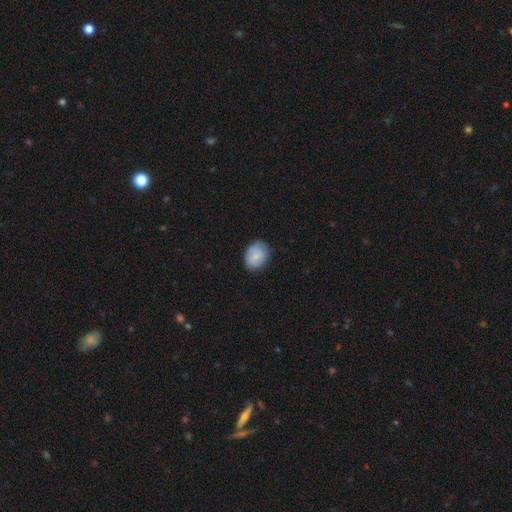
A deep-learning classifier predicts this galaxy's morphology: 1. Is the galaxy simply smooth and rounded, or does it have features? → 69% smooth, 24% featured or disk, 7% star or artifact.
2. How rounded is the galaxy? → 52% in between, 47% round, 1% cigar-shaped.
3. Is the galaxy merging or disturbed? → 77% none, 18% minor disturbance, 4% major disturbance, 1% merger.